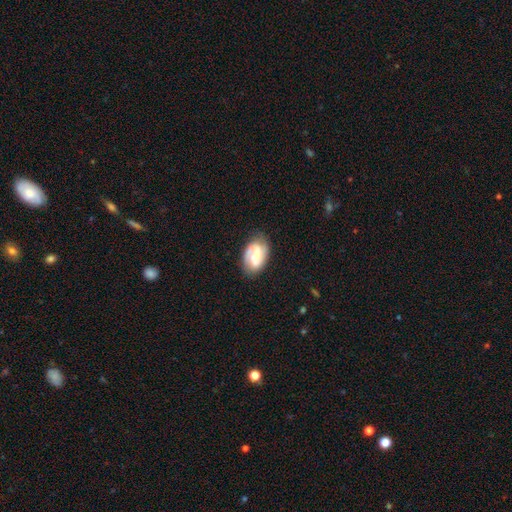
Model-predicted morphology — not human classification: featured or disk 64%, smooth 29%, star or artifact 7%. Down the decision tree: edge-on disk — no (97%); bar — weak (45%); spiral arms — yes (90%); spiral arm count — 2 (63%); spiral winding — medium (41%, tied with tight); bulge size — small (37%); merging — none (70%).